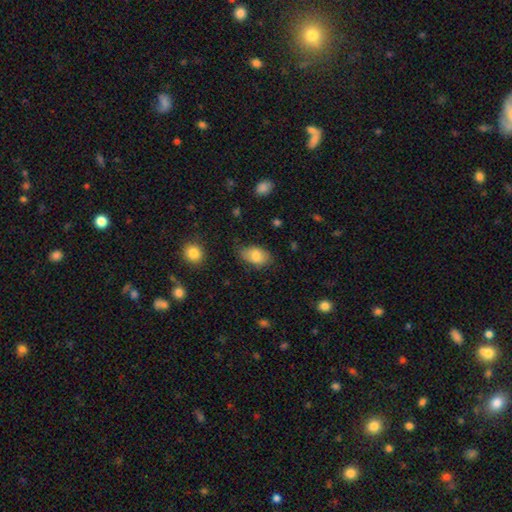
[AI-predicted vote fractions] Smooth or featured? Predicted: smooth (p=0.79). How rounded? Predicted: in between (p=0.88). Merging? Predicted: none (p=0.66).